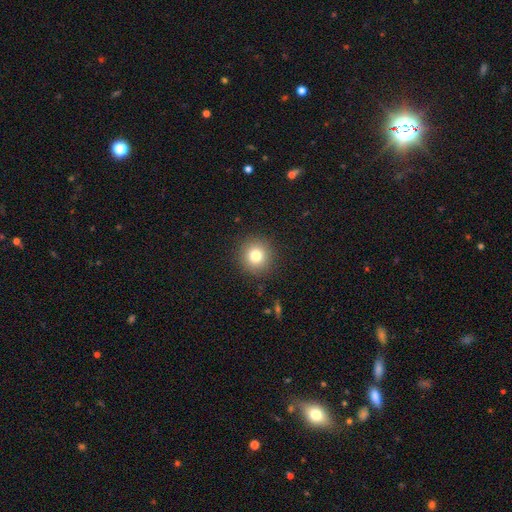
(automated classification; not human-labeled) smooth-or-featured: smooth: 79% | star or artifact: 12% | featured or disk: 9%
  how-rounded: round: 93% | in between: 6% | cigar-shaped: 1%
  merging: none: 91% | minor disturbance: 6% | major disturbance: 2% | merger: 1%